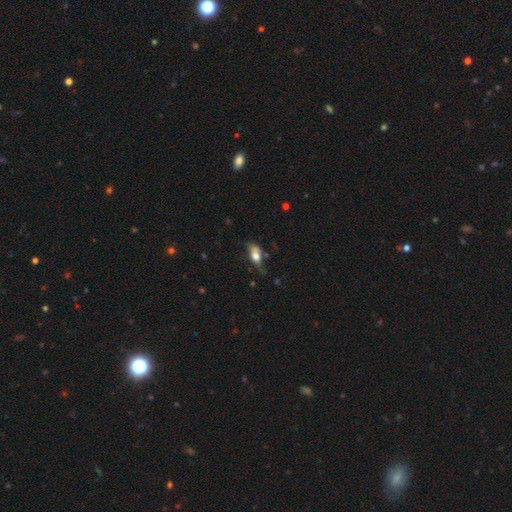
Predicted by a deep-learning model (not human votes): Q: Smooth or featured?
A: smooth (61%); runner-up: featured or disk (30%)
Q: How rounded?
A: in between (76%); runner-up: cigar-shaped (15%)
Q: Merging?
A: none (41%); runner-up: minor disturbance (31%)